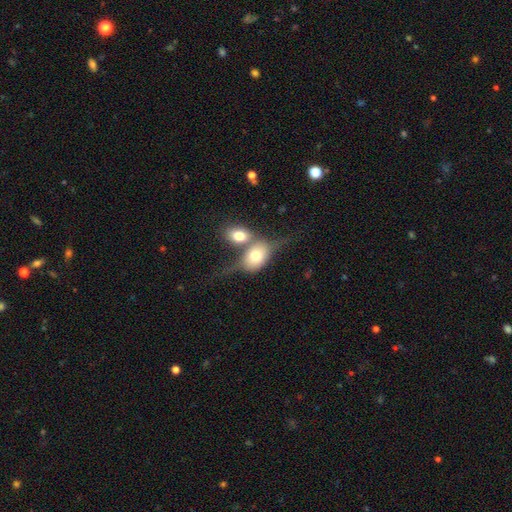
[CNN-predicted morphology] A smooth galaxy with no disk features (63%) that is in between round and cigar-shaped (74%). Merging: merger (55%).